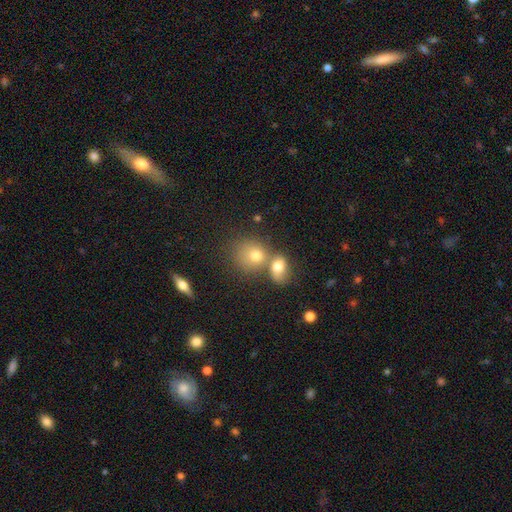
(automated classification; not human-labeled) Q: Smooth or featured?
A: smooth (70%); runner-up: featured or disk (16%)
Q: How rounded?
A: round (70%); runner-up: in between (29%)
Q: Merging?
A: merger (47%); runner-up: none (40%)